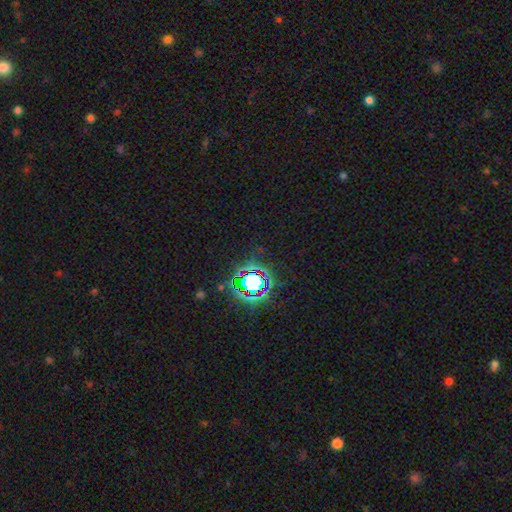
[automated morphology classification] This appears to be a star or artifact, not a galaxy (80%).